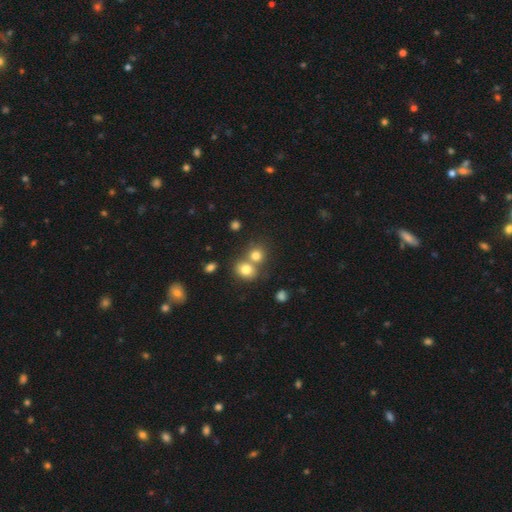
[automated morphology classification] Smooth or featured?
  - smooth: 77% *
  - star or artifact: 13%
  - featured or disk: 10%
How rounded?
  - round: 78% *
  - in between: 21%
  - cigar-shaped: 1%
Merging?
  - merger: 46% *
  - none: 44%
  - minor disturbance: 7%
  - major disturbance: 3%